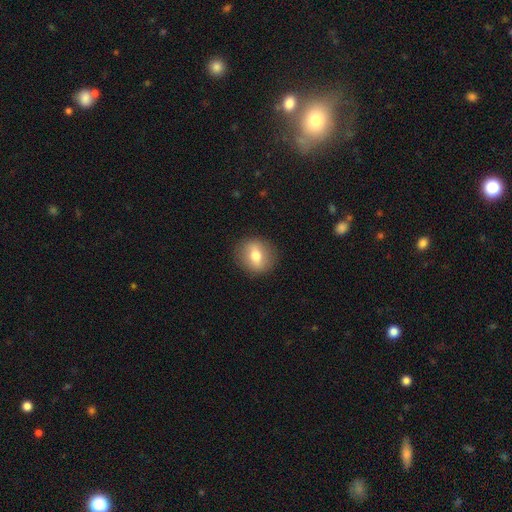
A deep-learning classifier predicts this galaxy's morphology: smooth_or_featured: smooth (p=0.65) [alt: featured or disk p=0.27]
how_rounded: round (p=0.73) [alt: in between p=0.25]
merging: none (p=0.88) [alt: minor disturbance p=0.08]